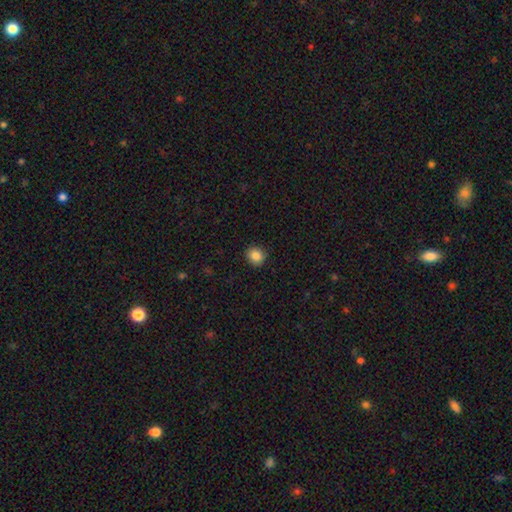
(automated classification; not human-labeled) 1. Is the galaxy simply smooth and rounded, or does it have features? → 86% smooth, 10% star or artifact, 4% featured or disk.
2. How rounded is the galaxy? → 80% round, 19% in between, 1% cigar-shaped.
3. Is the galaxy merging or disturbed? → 90% none, 7% minor disturbance, 2% major disturbance, 1% merger.